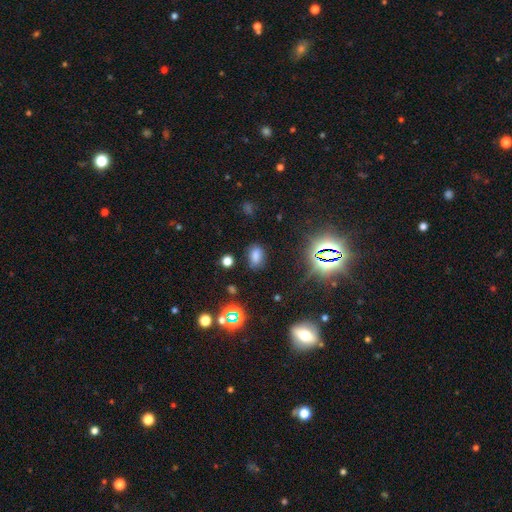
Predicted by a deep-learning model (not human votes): A smooth galaxy with no disk features (68%) that is in between round and cigar-shaped (83%).

Vote fractions:
- Smooth or featured? smooth: 68% / star or artifact: 23% / featured or disk: 8%
- How rounded? in between: 83% / round: 15% / cigar-shaped: 2%
- Merging? none: 75% / minor disturbance: 16% / major disturbance: 5% / merger: 4%